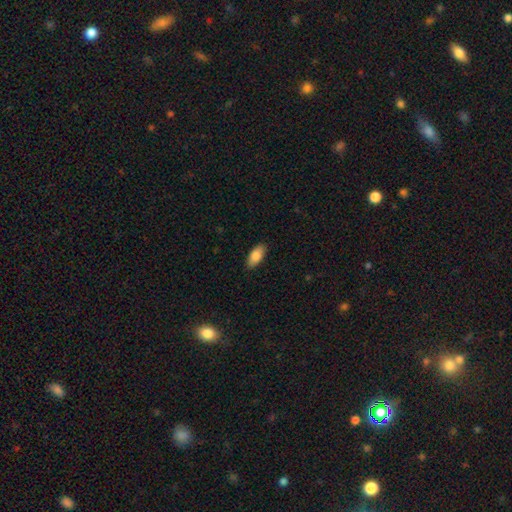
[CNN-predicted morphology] smooth 84%, featured or disk 9%, star or artifact 6%. Down the decision tree: how rounded — in between (88%); merging — none (87%).